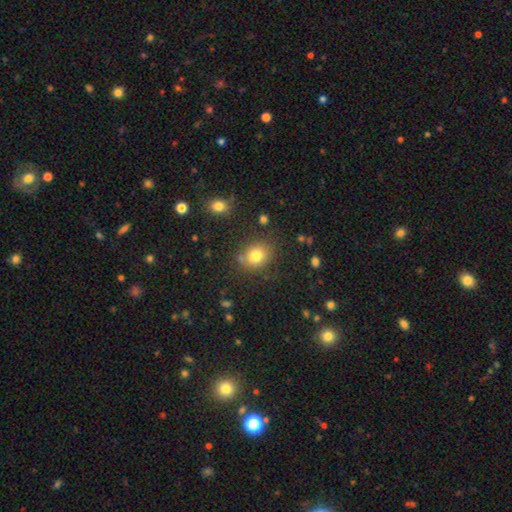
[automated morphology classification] Smooth or featured?
  - smooth: 78% *
  - star or artifact: 13%
  - featured or disk: 9%
How rounded?
  - round: 58% *
  - in between: 41%
  - cigar-shaped: 1%
Merging?
  - none: 76% *
  - minor disturbance: 14%
  - major disturbance: 5%
  - merger: 5%